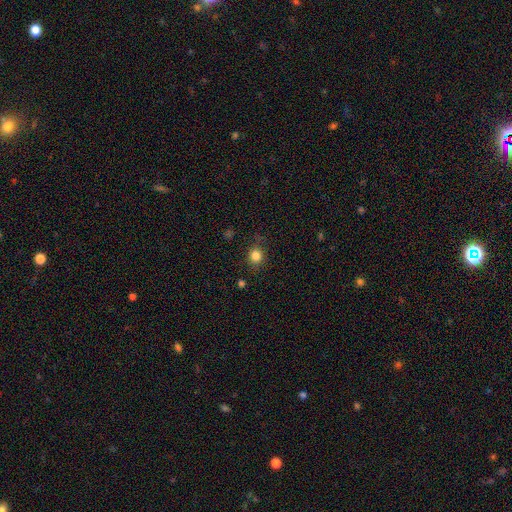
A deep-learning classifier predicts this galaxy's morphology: Smooth or featured?
  - smooth: 83% *
  - star or artifact: 12%
  - featured or disk: 5%
How rounded?
  - round: 78% *
  - in between: 21%
  - cigar-shaped: 1%
Merging?
  - none: 82% *
  - minor disturbance: 13%
  - major disturbance: 4%
  - merger: 2%